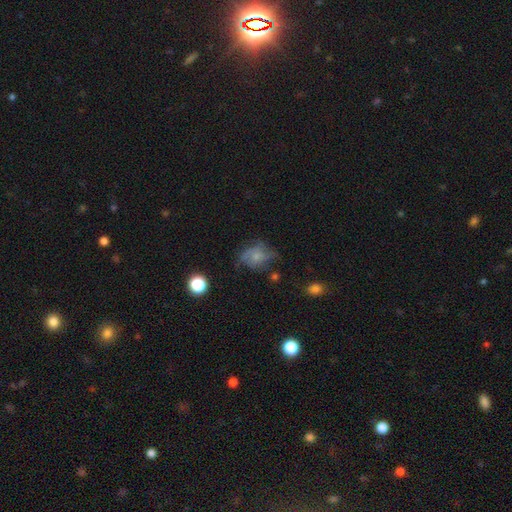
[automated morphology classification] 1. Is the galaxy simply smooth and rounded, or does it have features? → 50% smooth, 38% featured or disk, 12% star or artifact.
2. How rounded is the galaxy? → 52% in between, 47% round, 1% cigar-shaped.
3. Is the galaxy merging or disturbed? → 43% none, 30% minor disturbance, 24% major disturbance, 3% merger.